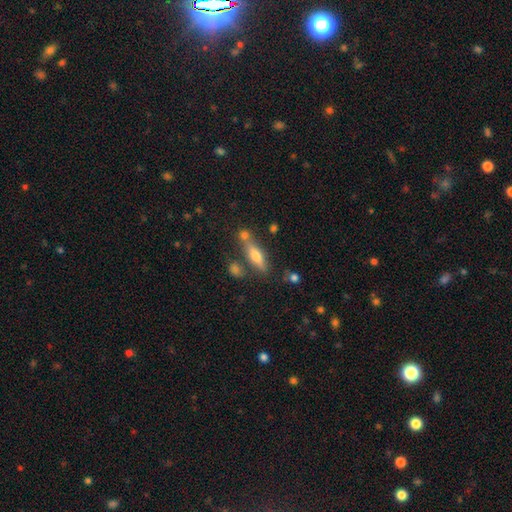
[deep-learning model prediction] This appears to be a smooth galaxy with no disk features (56%) that is cigar-shaped (62%). Merging: none (66%).